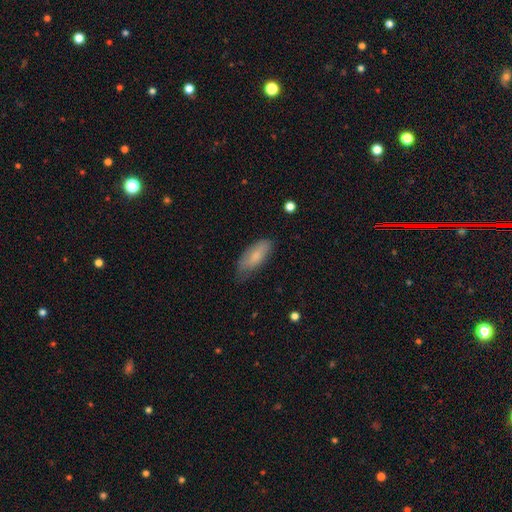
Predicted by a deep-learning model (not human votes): smooth 78%, featured or disk 15%, star or artifact 6%. Down the decision tree: how rounded — in between (79%); merging — none (62%).